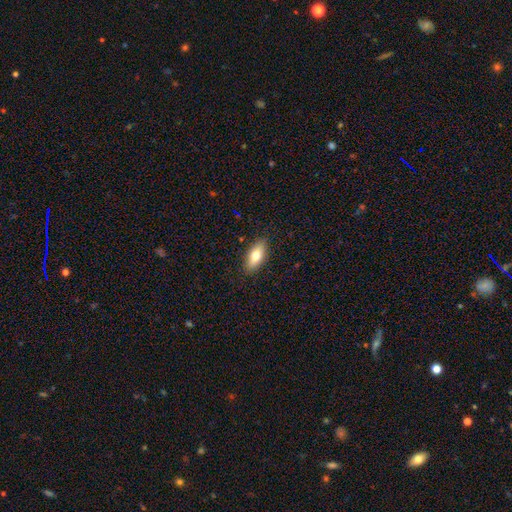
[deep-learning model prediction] smooth 75%, featured or disk 18%, star or artifact 7%. Down the decision tree: how rounded — in between (82%); merging — none (88%).